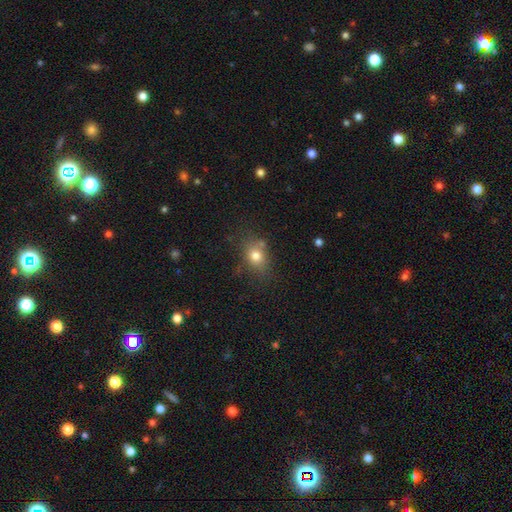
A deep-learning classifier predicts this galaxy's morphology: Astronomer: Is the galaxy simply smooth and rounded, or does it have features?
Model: smooth — 75%.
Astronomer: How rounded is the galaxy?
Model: round — 51% (runner-up: in between, 48%).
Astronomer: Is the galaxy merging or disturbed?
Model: none — 64%.